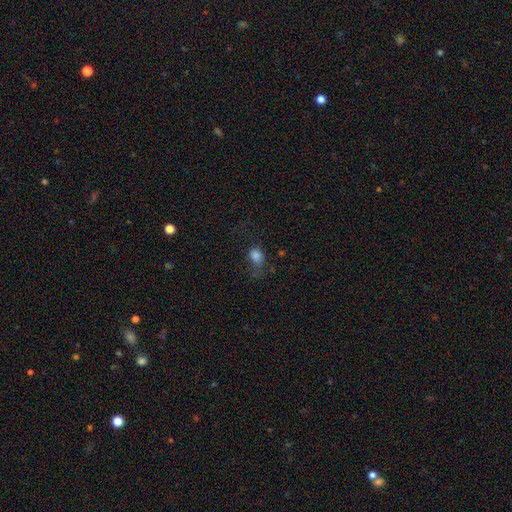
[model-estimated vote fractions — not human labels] Morphology: type=smooth (77%); roundness=round (51%); merging=none (41%).